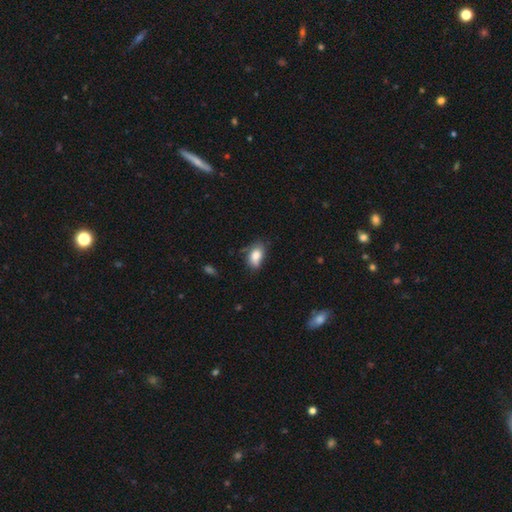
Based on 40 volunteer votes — Overall: smooth (78%). How rounded: in between (87%). Merging: none (44%; minor disturbance 42%).